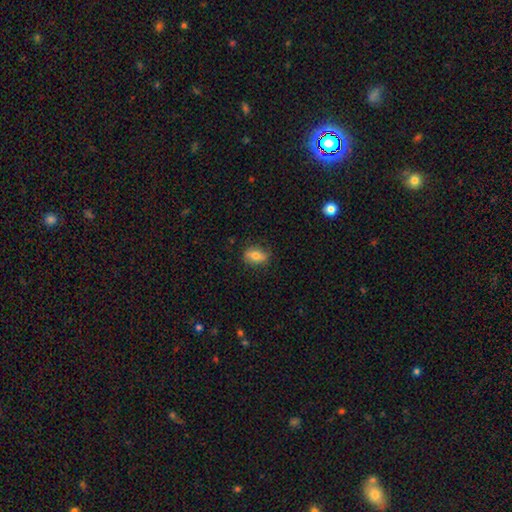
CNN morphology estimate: Smooth or featured: smooth — 72% (featured or disk — 21%)
How rounded: in between — 80% (round — 15%)
Merging: none — 79% (minor disturbance — 17%)